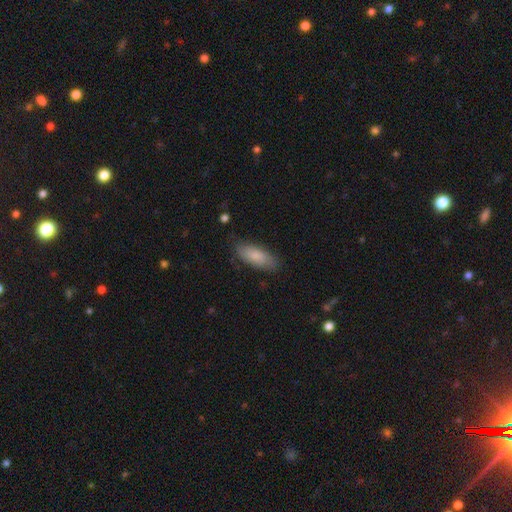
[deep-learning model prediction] A smooth galaxy with no disk features (80%) that is in between round and cigar-shaped (79%).

Vote fractions:
- Smooth or featured? smooth: 80% / featured or disk: 14% / star or artifact: 6%
- How rounded? in between: 79% / cigar-shaped: 19% / round: 2%
- Merging? none: 78% / minor disturbance: 17% / major disturbance: 3% / merger: 1%